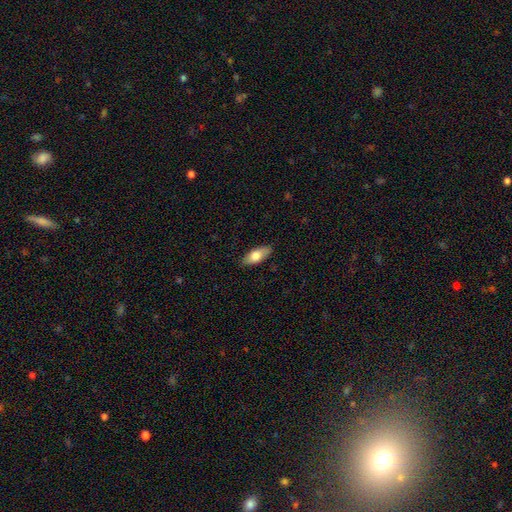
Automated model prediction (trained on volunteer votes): Smooth or featured: smooth — 74% (featured or disk — 20%)
How rounded: in between — 82% (cigar-shaped — 15%)
Merging: none — 87% (minor disturbance — 10%)